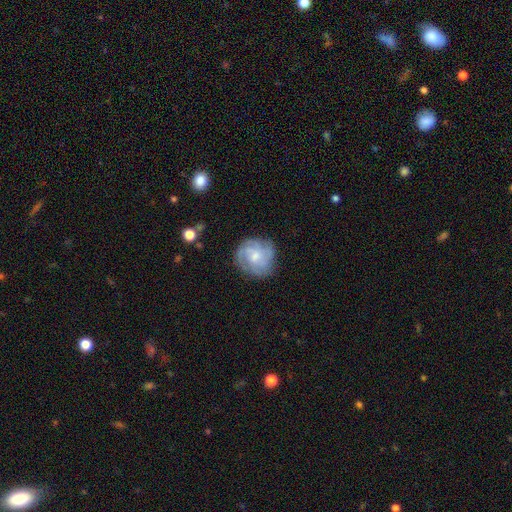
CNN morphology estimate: A featured or disk galaxy (61%) with no bar (68%), tight (53%) spiral arms (86%) and a moderate central bulge (45%). Merging: none (75%).